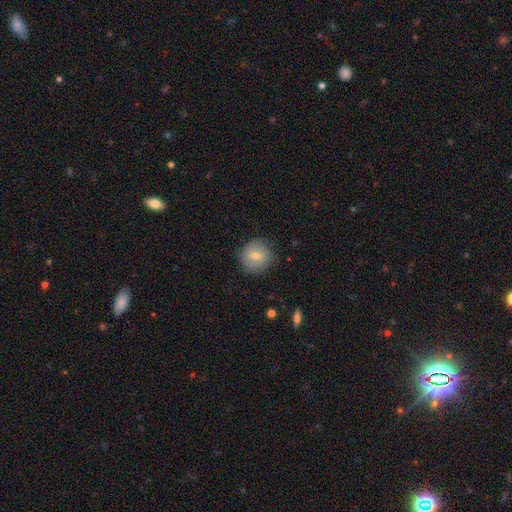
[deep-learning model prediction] A smooth galaxy with no disk features (64%) that is round (90%).

Vote fractions:
- Smooth or featured? smooth: 64% / featured or disk: 25% / star or artifact: 11%
- How rounded? round: 90% / in between: 9% / cigar-shaped: 1%
- Merging? none: 82% / minor disturbance: 13% / major disturbance: 3% / merger: 1%